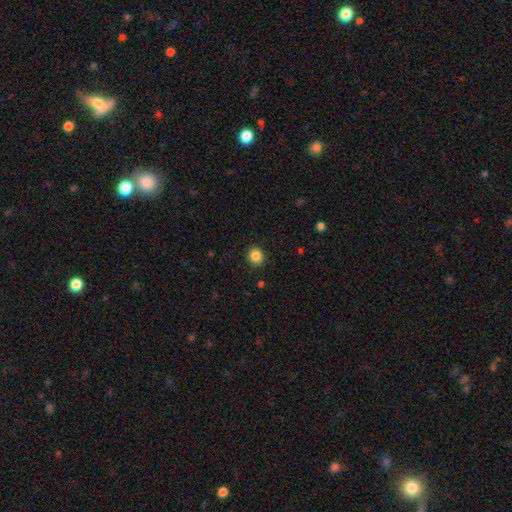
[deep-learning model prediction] Overall: smooth (86%). How rounded: round (80%). Merging: none (89%).